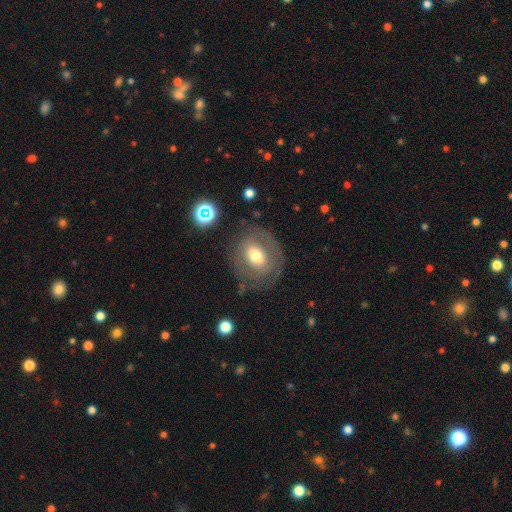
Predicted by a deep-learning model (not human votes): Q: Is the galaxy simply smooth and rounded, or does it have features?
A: smooth — 48%.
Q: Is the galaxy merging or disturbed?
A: none — 70%.